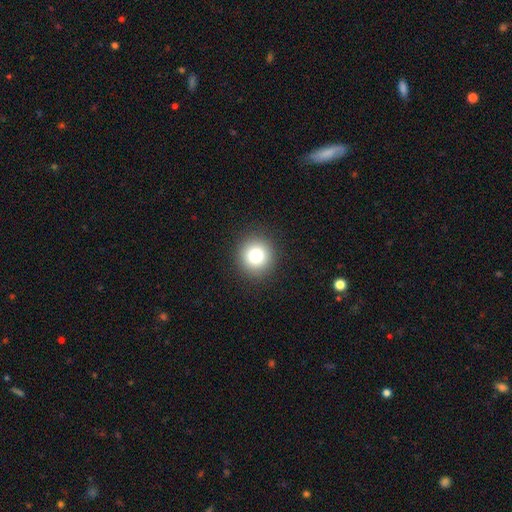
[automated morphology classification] This appears to be a smooth galaxy with no disk features (79%) that is round (93%). Merging: none (91%).